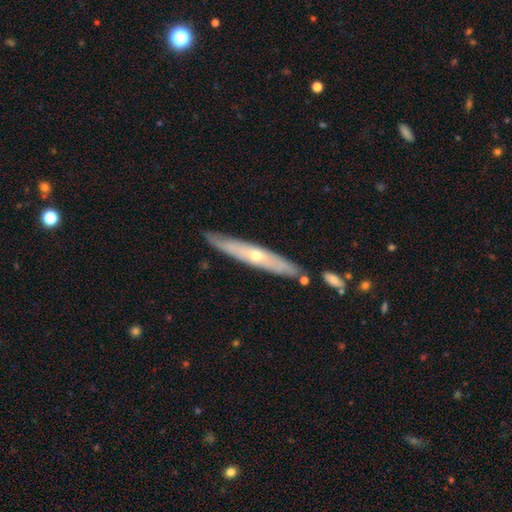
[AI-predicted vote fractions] Smooth or featured? featured or disk (64%)
Edge-on disk? yes (75%)
Merging? none (82%)